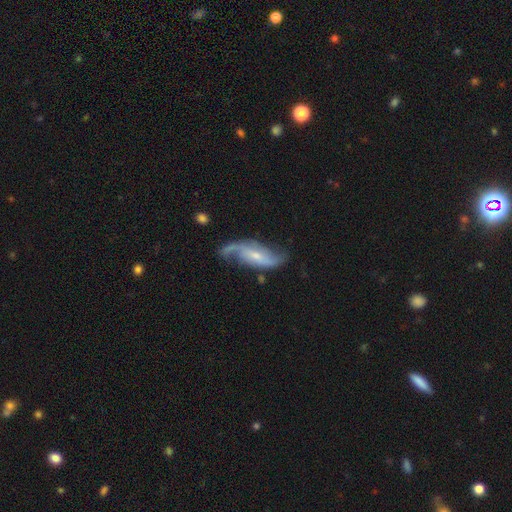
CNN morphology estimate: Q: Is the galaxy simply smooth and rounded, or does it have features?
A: featured or disk — 82%.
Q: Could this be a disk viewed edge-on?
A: no — 92%.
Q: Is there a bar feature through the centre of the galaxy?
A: no — 42%.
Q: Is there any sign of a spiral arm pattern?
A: yes — 94%.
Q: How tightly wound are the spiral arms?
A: loose — 72%.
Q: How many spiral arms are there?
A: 2 — 87%.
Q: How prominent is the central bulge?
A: small — 63%.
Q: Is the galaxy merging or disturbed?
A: none — 58%.